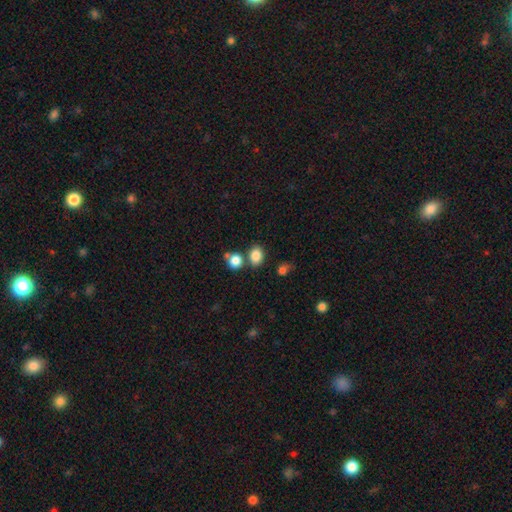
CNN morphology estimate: Smooth or featured? Predicted: smooth (p=0.84). How rounded? Predicted: round (p=0.52). Merging? Predicted: none (p=0.67).